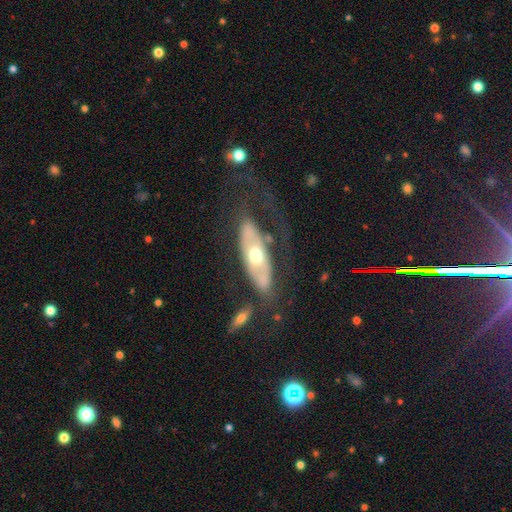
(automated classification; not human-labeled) featured or disk 59%, smooth 35%, star or artifact 6%. Down the decision tree: edge-on disk — no (75%); merging — none (47%).